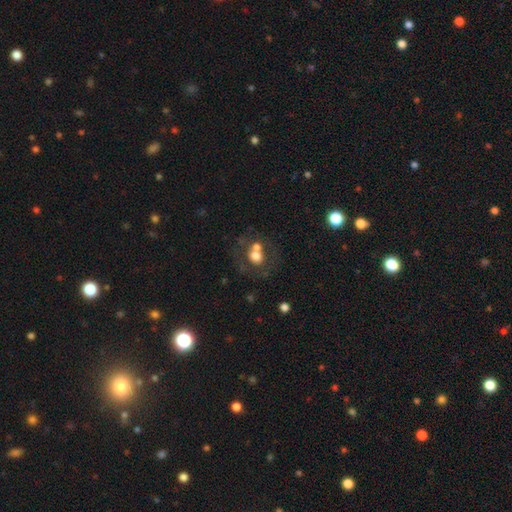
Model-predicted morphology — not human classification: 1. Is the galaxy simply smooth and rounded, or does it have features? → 61% smooth, 27% featured or disk, 12% star or artifact.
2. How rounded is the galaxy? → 75% round, 24% in between, 1% cigar-shaped.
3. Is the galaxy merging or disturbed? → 47% none, 34% merger, 11% minor disturbance, 8% major disturbance.